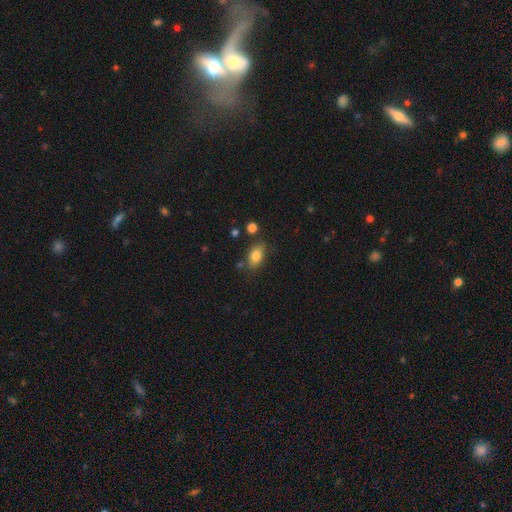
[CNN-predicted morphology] Overall: smooth (81%). How rounded: in between (85%). Merging: none (75%).